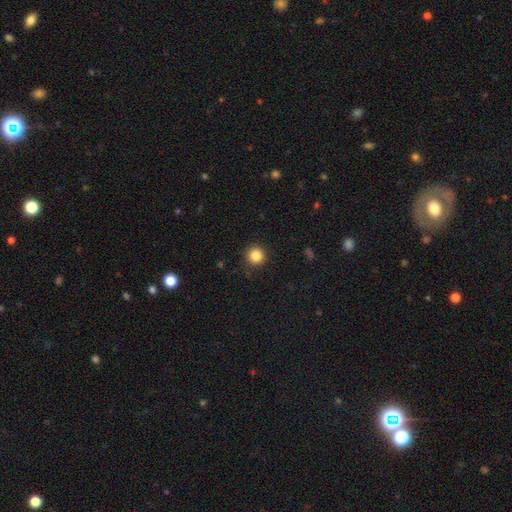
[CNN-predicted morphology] The model was most divided on "smooth or featured": smooth: 85%, star or artifact: 11%, featured or disk: 4%. More confident: how rounded — round (95%); merging — none (90%).